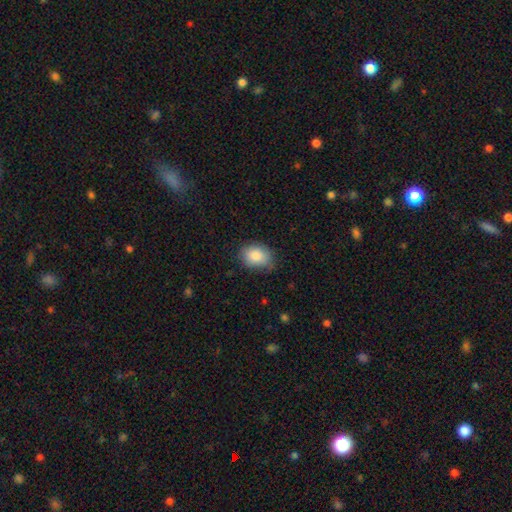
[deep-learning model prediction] Smooth or featured?
  - smooth: 86% *
  - star or artifact: 7%
  - featured or disk: 7%
How rounded?
  - in between: 72% *
  - round: 27%
  - cigar-shaped: 1%
Merging?
  - none: 71% *
  - minor disturbance: 24%
  - major disturbance: 4%
  - merger: 1%